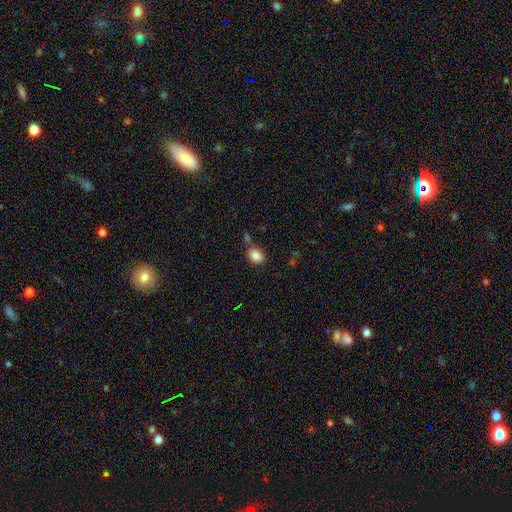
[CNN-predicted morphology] A smooth galaxy with no disk features (87%) that is in between round and cigar-shaped (68%).

Vote fractions:
- Smooth or featured? smooth: 87% / star or artifact: 9% / featured or disk: 4%
- How rounded? in between: 68% / round: 31% / cigar-shaped: 1%
- Merging? none: 64% / minor disturbance: 16% / merger: 14% / major disturbance: 6%